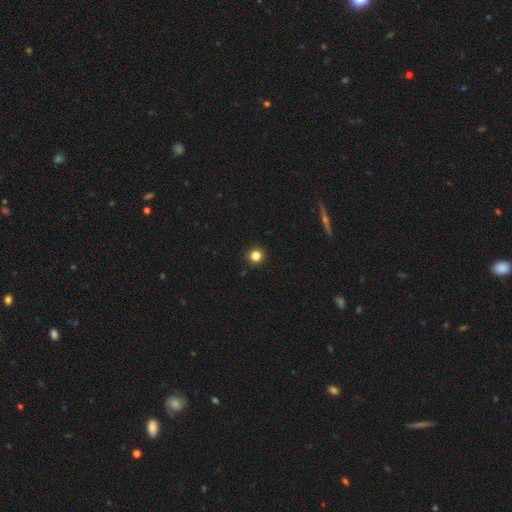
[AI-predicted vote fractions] A smooth galaxy with no disk features (82%) that is round (95%). Merging: none (93%).